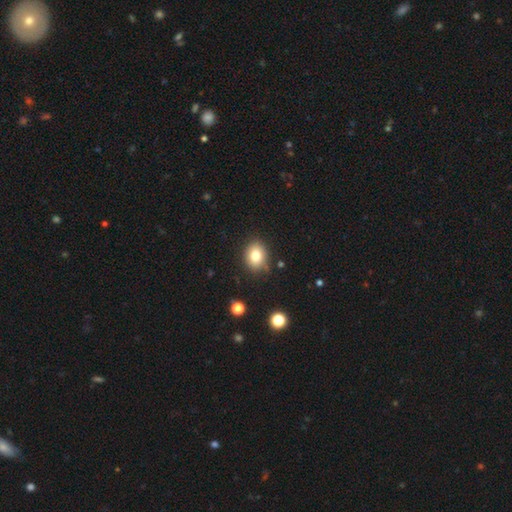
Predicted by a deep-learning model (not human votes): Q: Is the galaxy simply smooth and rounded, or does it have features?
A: smooth — 80%.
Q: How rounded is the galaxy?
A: in between — 51%.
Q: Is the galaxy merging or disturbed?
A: none — 80%.